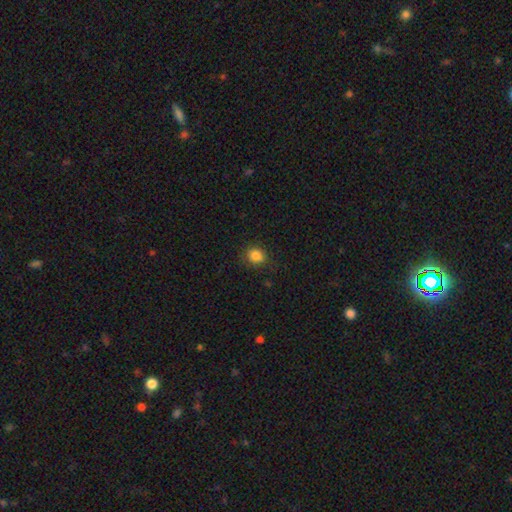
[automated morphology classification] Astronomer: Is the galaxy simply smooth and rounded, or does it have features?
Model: smooth — 85%.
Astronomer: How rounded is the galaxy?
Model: round — 71%.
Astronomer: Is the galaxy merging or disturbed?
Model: none — 81%.